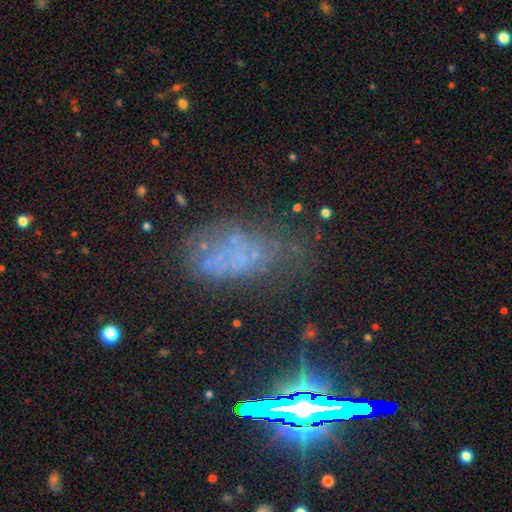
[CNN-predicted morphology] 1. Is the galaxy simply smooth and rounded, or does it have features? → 48% featured or disk, 29% smooth, 23% star or artifact.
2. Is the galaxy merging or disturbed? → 38% none, 30% major disturbance, 20% minor disturbance, 12% merger.